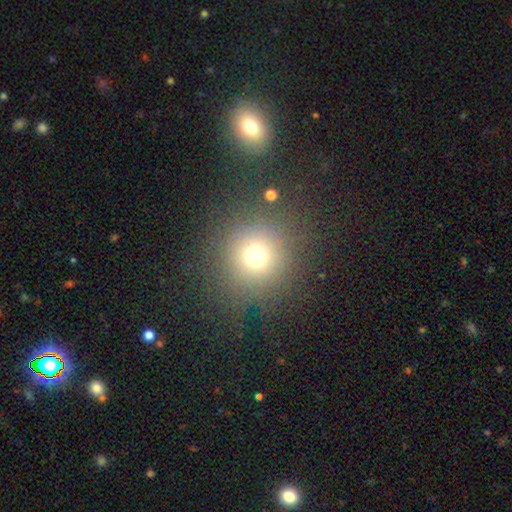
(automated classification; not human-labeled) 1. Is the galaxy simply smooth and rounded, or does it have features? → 69% smooth, 21% star or artifact, 10% featured or disk.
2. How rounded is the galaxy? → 94% round, 5% in between, 1% cigar-shaped.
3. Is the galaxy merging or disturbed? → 84% none, 8% minor disturbance, 6% major disturbance, 2% merger.